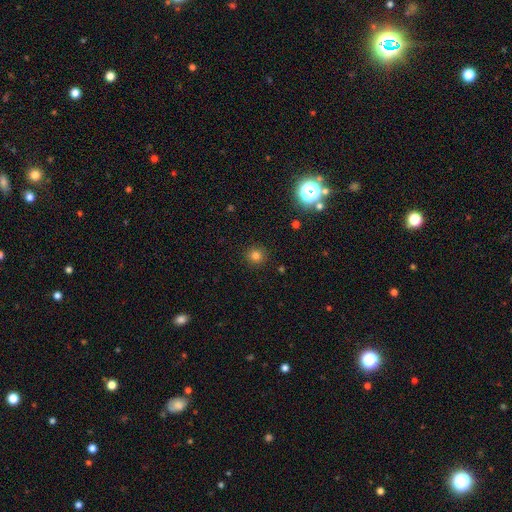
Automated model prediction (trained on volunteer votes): Smooth or featured? smooth (79%)
How rounded? round (93%)
Merging? none (91%)